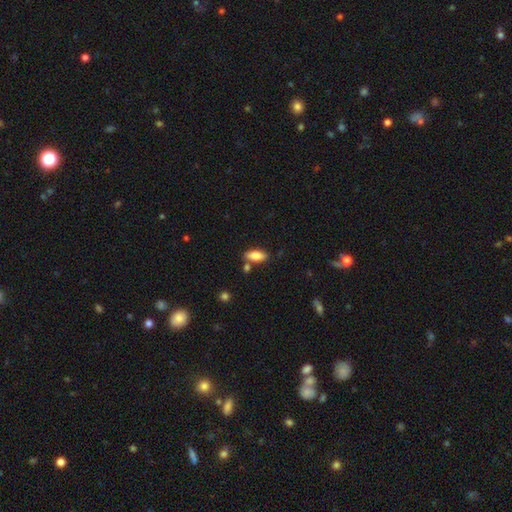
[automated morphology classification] Smooth or featured: smooth — 84% (featured or disk — 9%)
How rounded: in between — 85% (cigar-shaped — 13%)
Merging: none — 77% (minor disturbance — 12%)